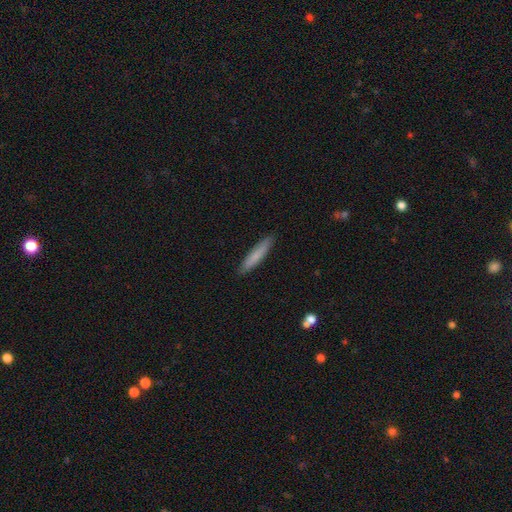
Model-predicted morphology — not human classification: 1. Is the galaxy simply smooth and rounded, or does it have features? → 79% smooth, 15% featured or disk, 6% star or artifact.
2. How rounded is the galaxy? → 90% cigar-shaped, 9% in between, 1% round.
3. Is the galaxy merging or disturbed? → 90% none, 8% minor disturbance, 2% major disturbance, 1% merger.